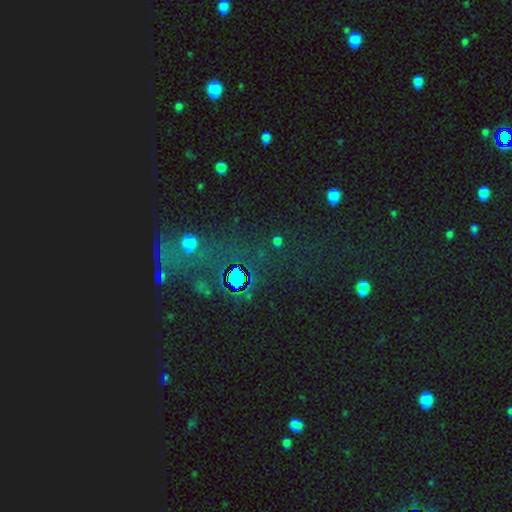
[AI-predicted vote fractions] star or artifact 66%, smooth 20%, featured or disk 14%.